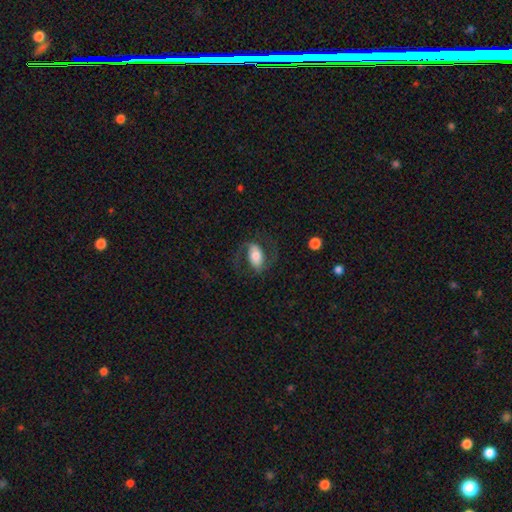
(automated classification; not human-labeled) Smooth or featured? Predicted: featured or disk (p=0.61). Edge-on disk? Predicted: no (p=0.95). Bar? Predicted: strong (p=0.38). Spiral arms? Predicted: yes (p=0.88). Spiral winding? Predicted: medium (p=0.47). Spiral arm count? Predicted: 2 (p=0.90). Bulge size? Predicted: moderate (p=0.49). Merging? Predicted: none (p=0.66).